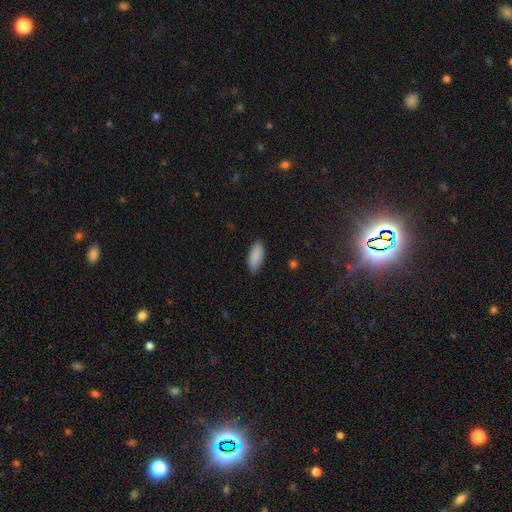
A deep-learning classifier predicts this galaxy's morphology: A smooth galaxy with no disk features (90%) that is in between round and cigar-shaped (86%).

Vote fractions:
- Smooth or featured? smooth: 90% / star or artifact: 6% / featured or disk: 4%
- How rounded? in between: 86% / cigar-shaped: 12% / round: 2%
- Merging? none: 86% / minor disturbance: 11% / major disturbance: 2% / merger: 1%